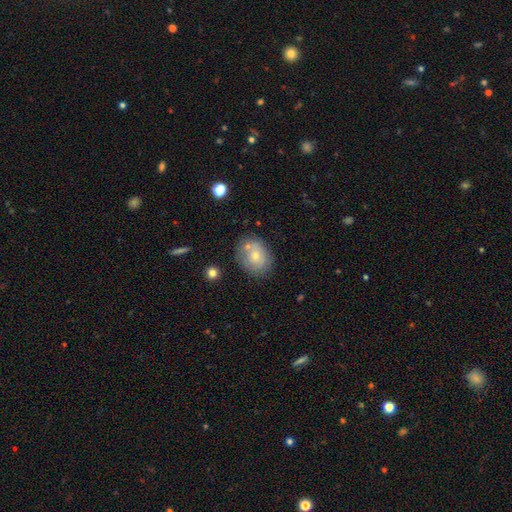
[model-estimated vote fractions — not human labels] This appears to be a smooth galaxy with no disk features (66%) that is in between round and cigar-shaped (51%). Merging: none (64%).